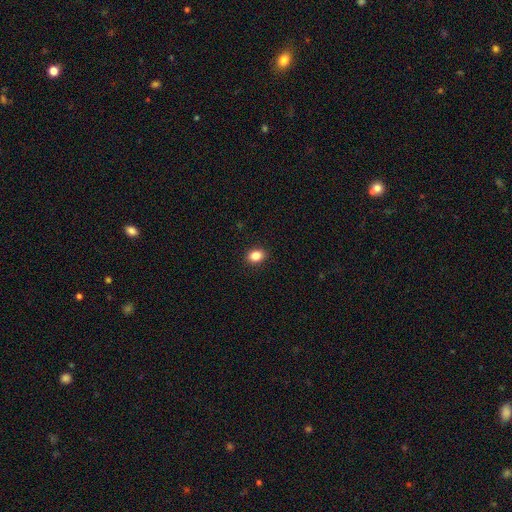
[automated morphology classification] A smooth galaxy with no disk features (85%) that is in between round and cigar-shaped (65%). Merging: none (91%).